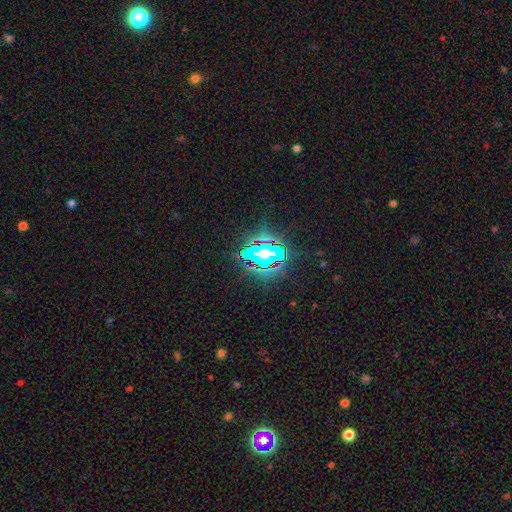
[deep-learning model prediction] smooth_or_featured: star or artifact (p=0.81) [alt: smooth p=0.11]